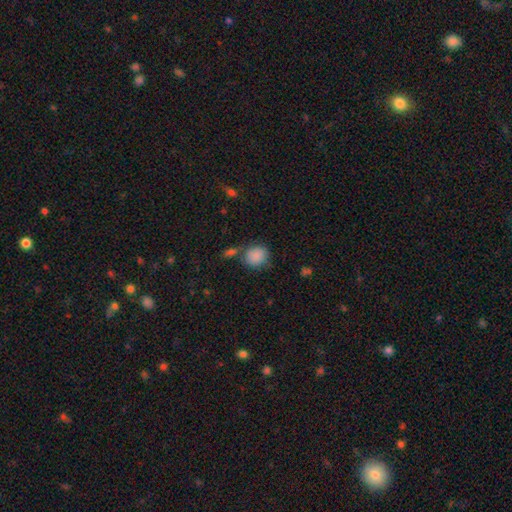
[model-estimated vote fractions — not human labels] smooth-or-featured: smooth: 87% | star or artifact: 8% | featured or disk: 5%
  how-rounded: round: 74% | in between: 25% | cigar-shaped: 1%
  merging: none: 63% | minor disturbance: 17% | merger: 14% | major disturbance: 6%